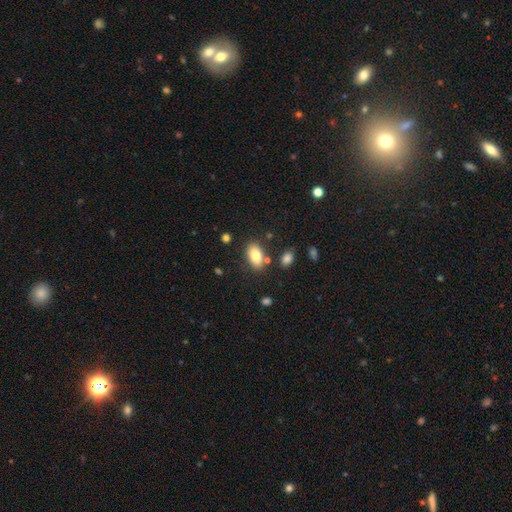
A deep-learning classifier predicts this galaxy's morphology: Smooth or featured? smooth (80%)
How rounded? in between (91%)
Merging? none (78%)